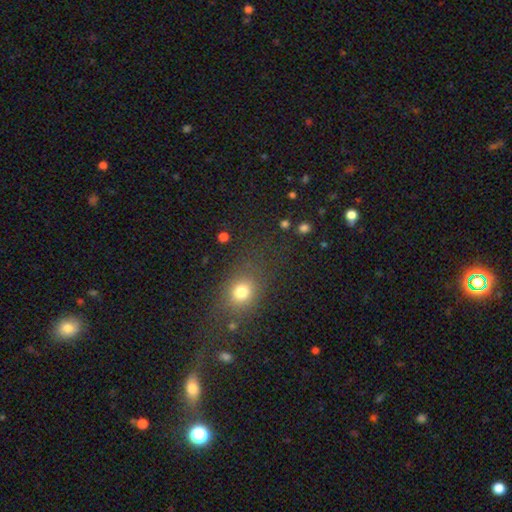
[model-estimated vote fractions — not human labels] Smooth or featured: smooth — 54% (star or artifact — 36%)
How rounded: round — 60% (in between — 35%)
Merging: none — 68% (minor disturbance — 13%)